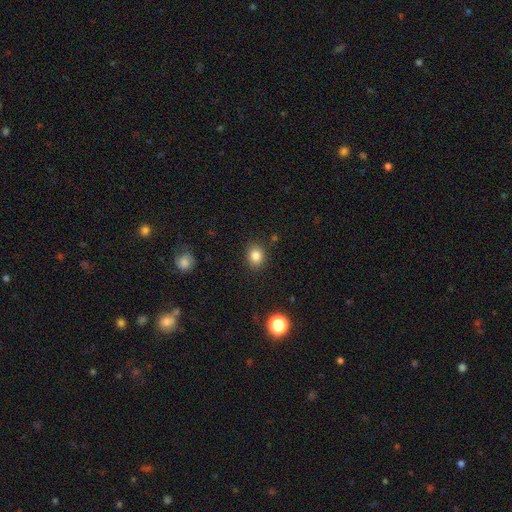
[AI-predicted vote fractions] A smooth galaxy with no disk features (84%) that is round (63%).

Vote fractions:
- Smooth or featured? smooth: 84% / star or artifact: 11% / featured or disk: 5%
- How rounded? round: 63% / in between: 36% / cigar-shaped: 1%
- Merging? none: 87% / minor disturbance: 9% / major disturbance: 3% / merger: 2%